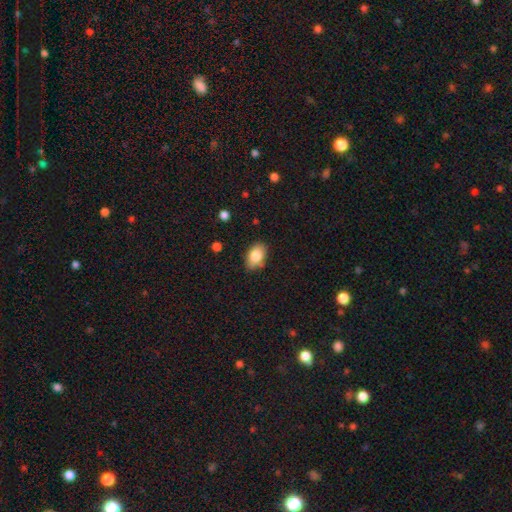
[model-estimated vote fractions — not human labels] Smooth or featured?
  - smooth: 83% *
  - featured or disk: 10%
  - star or artifact: 8%
How rounded?
  - in between: 86% *
  - round: 13%
  - cigar-shaped: 1%
Merging?
  - none: 80% *
  - minor disturbance: 16%
  - major disturbance: 3%
  - merger: 2%